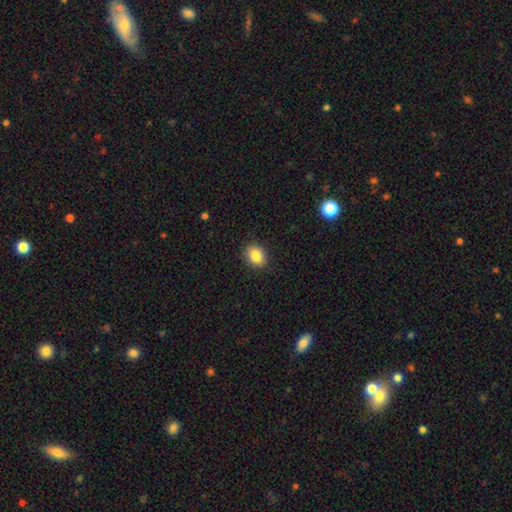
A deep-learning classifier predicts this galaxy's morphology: smooth-or-featured: smooth: 86% | star or artifact: 9% | featured or disk: 5%
  how-rounded: in between: 59% | round: 40% | cigar-shaped: 1%
  merging: none: 86% | minor disturbance: 10% | major disturbance: 2% | merger: 1%